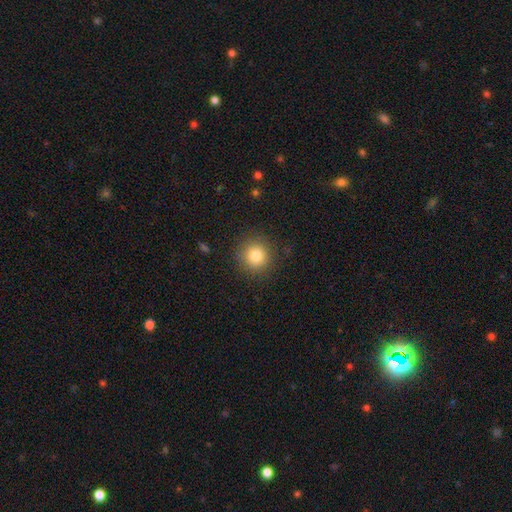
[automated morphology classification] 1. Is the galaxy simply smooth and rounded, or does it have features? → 83% smooth, 11% star or artifact, 7% featured or disk.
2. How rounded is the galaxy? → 94% round, 5% in between, 1% cigar-shaped.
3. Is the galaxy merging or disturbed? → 89% none, 7% minor disturbance, 3% major disturbance, 1% merger.